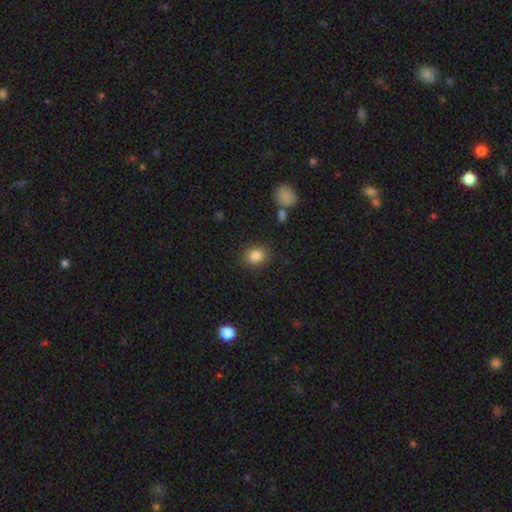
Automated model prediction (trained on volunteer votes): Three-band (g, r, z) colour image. It shows a smooth galaxy with no disk features (85%) that is round (61%). Merging: none (85%).